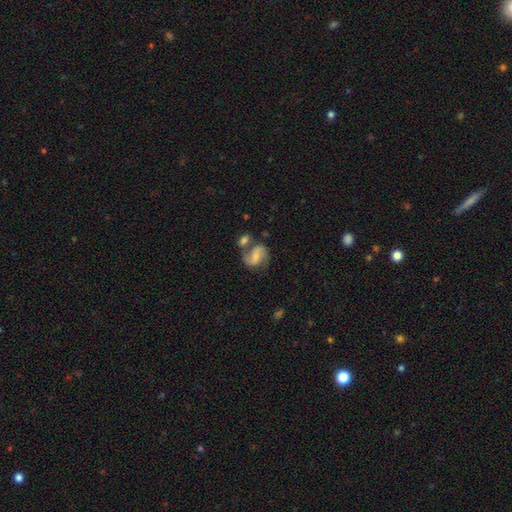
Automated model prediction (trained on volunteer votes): The model was most divided on "bar": weak: 42%, no: 36%, strong: 22%. Remaining: edge-on disk — no (97%); spiral arms — yes (93%); spiral arm count — 2 (89%); smooth or featured — featured or disk (73%); spiral winding — medium (50%); merging — none (48%); bulge size — small (47%).